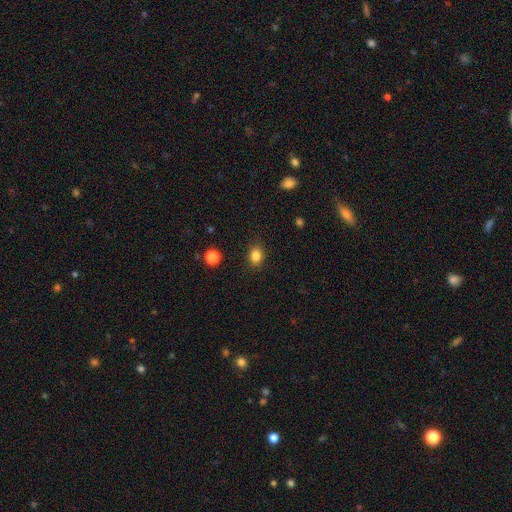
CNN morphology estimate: smooth 85%, star or artifact 11%, featured or disk 4%. Down the decision tree: how rounded — round (51%); merging — none (87%).